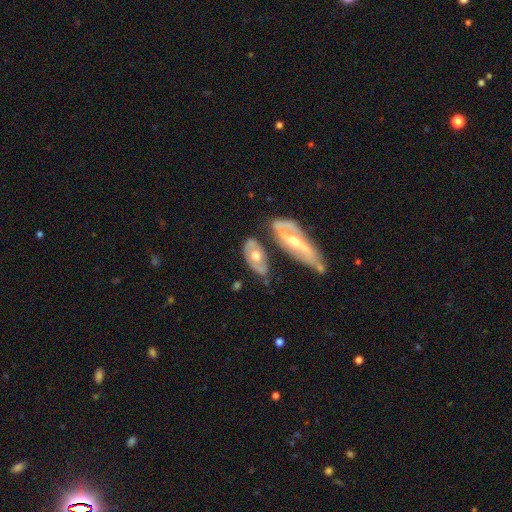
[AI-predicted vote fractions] This is likely a featured or disk galaxy (60%). It is clearly not viewed edge-on (80%). Merging: possibly none (53%).